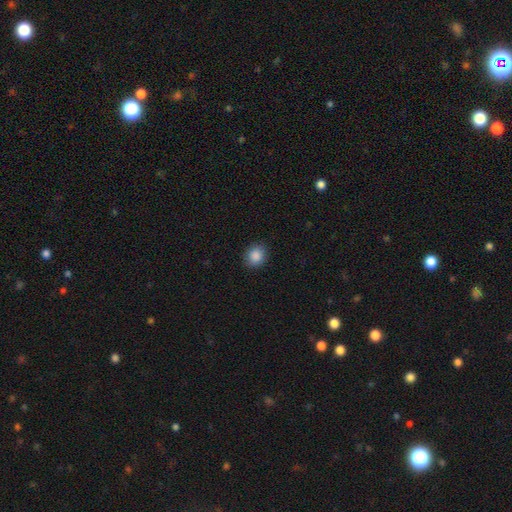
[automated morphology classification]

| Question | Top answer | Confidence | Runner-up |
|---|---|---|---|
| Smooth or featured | smooth | 88% | star or artifact (9%) |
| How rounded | round | 68% | in between (31%) |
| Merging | none | 88% | minor disturbance (9%) |